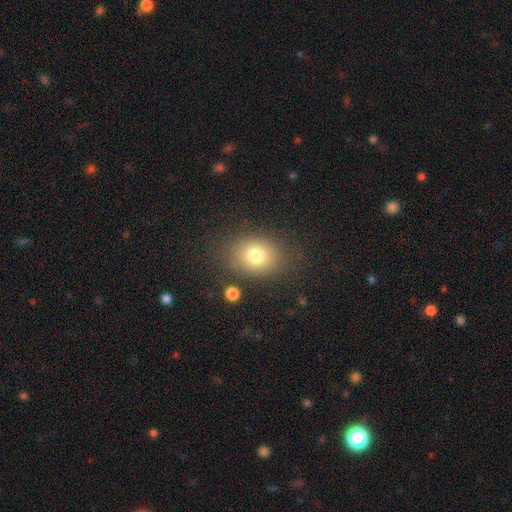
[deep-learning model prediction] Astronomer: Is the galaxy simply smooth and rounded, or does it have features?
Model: smooth — 77%.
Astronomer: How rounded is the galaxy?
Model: round — 52% (runner-up: in between, 47%).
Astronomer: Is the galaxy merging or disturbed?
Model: none — 79%.